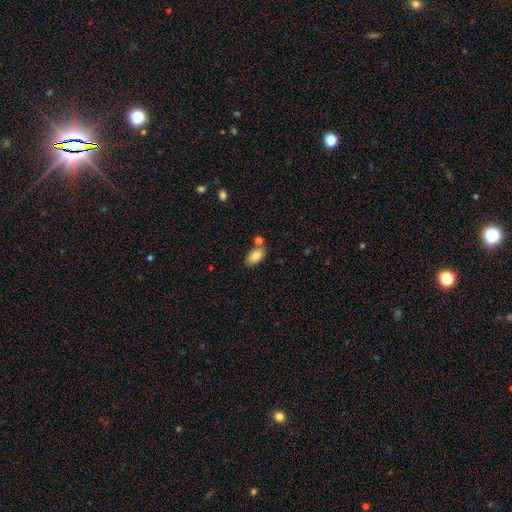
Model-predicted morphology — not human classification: Q: Smooth or featured?
A: smooth (85%); runner-up: featured or disk (8%)
Q: How rounded?
A: in between (93%); runner-up: cigar-shaped (4%)
Q: Merging?
A: none (73%); runner-up: merger (12%)